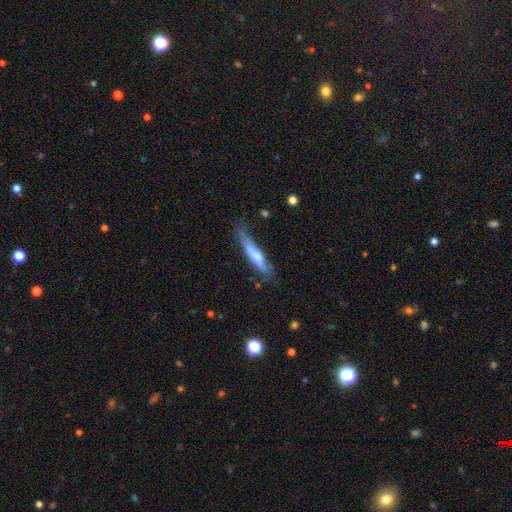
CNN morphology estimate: Smooth or featured? Predicted: featured or disk (p=0.48). Merging? Predicted: none (p=0.65).